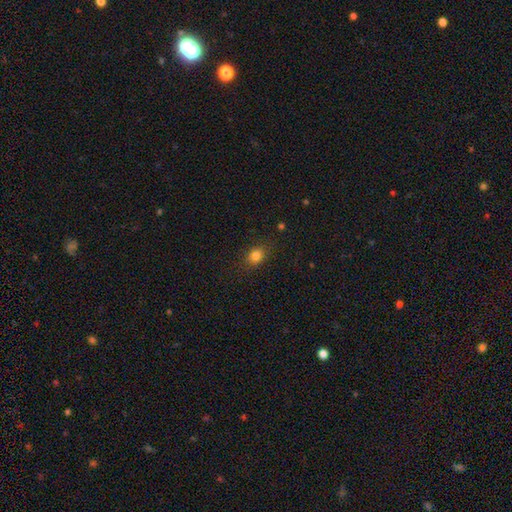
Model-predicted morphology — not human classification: This appears to be a smooth galaxy with no disk features (81%) that is round (60%). Merging: none (85%).